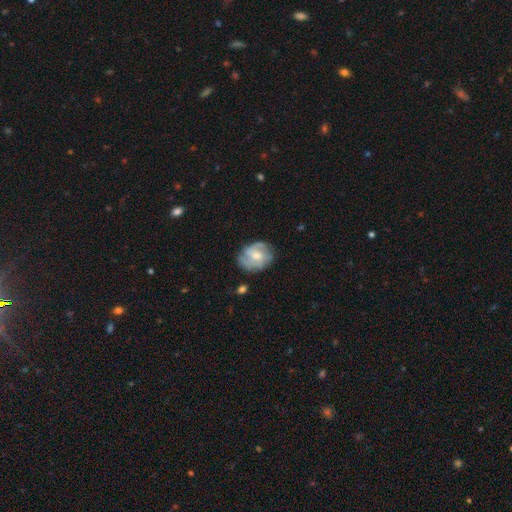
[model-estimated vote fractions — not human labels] Smooth or featured? featured or disk (59%)
Edge-on disk? no (97%)
Bar? no (59%)
Spiral arms? yes (74%)
Bulge size? moderate (54%)
Merging? none (65%)